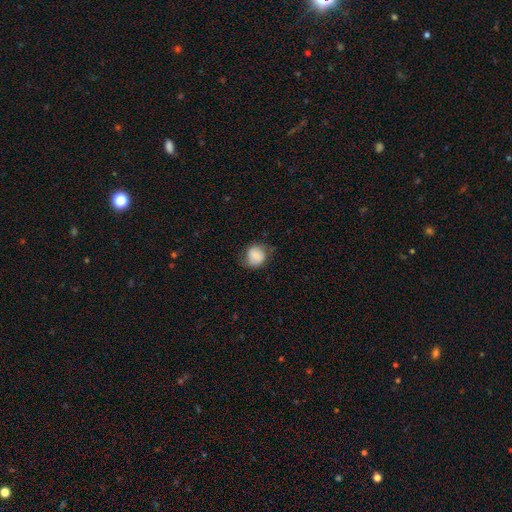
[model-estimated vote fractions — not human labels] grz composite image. It shows a smooth galaxy with no disk features (76%) that is round (76%). Merging: none (65%).